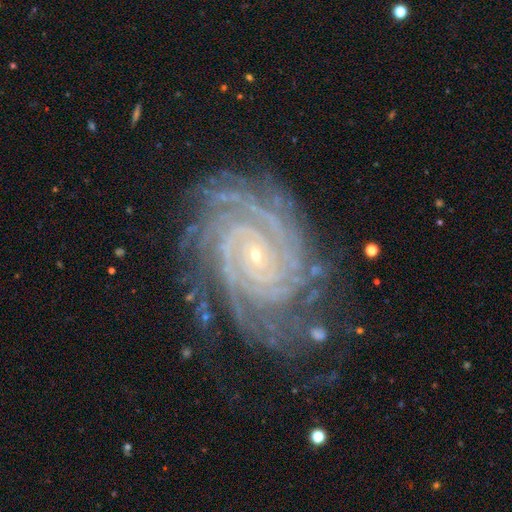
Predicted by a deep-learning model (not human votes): A featured or disk galaxy (92%) with no bar (69%), 4 (24%) tight (86%) spiral arms (99%) and a small central bulge (88%).

Vote fractions:
- Smooth or featured? featured or disk: 92% / star or artifact: 5% / smooth: 3%
- Edge-on disk? no: 97% / yes: 3%
- Bar? no: 69% / weak: 20% / strong: 12%
- Spiral arms? yes: 99% / no: 1%
- Spiral winding? tight: 86% / medium: 13% / loose: 2%
- Spiral arm count? 4: 24% / more than 4: 21% / can't tell: 16% / 2: 16% / 3: 15% / 1: 9%
- Bulge size? small: 88% / moderate: 8% / none: 1% / large: 1% / dominant: 1%
- Merging? none: 73% / minor disturbance: 19% / major disturbance: 7% / merger: 2%